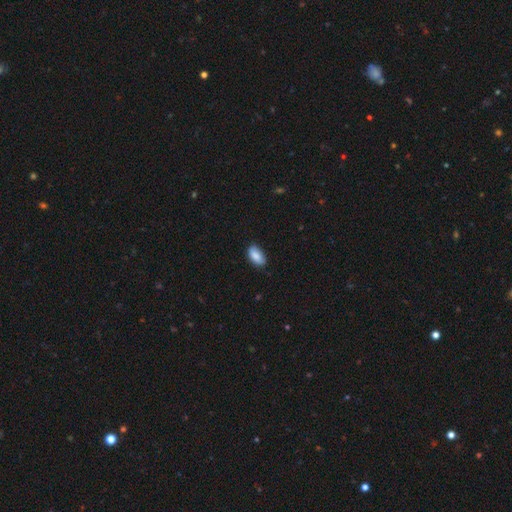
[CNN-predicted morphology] smooth 85%, featured or disk 9%, star or artifact 6%. Down the decision tree: how rounded — in between (93%); merging — none (80%).